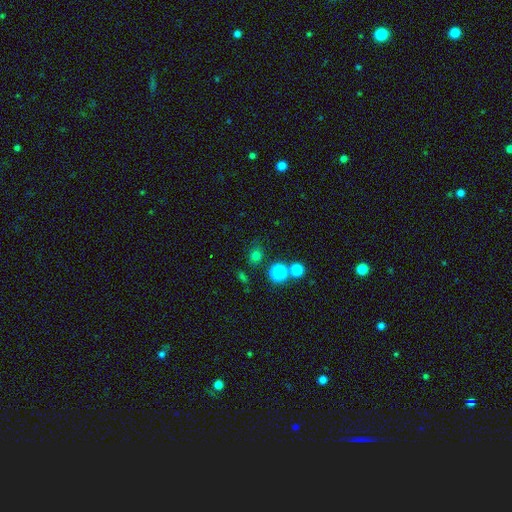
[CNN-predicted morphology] A smooth galaxy with no disk features (74%) that is round (71%).

Vote fractions:
- Smooth or featured? smooth: 74% / star or artifact: 21% / featured or disk: 5%
- How rounded? round: 71% / in between: 28% / cigar-shaped: 1%
- Merging? none: 74% / minor disturbance: 12% / merger: 10% / major disturbance: 4%